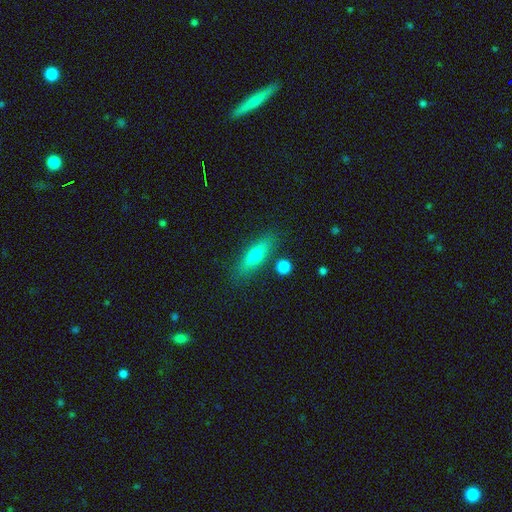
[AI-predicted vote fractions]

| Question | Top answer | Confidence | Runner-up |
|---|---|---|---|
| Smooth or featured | smooth | 61% | featured or disk (32%) |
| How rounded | cigar-shaped | 59% | in between (37%) |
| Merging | none | 79% | minor disturbance (12%) |